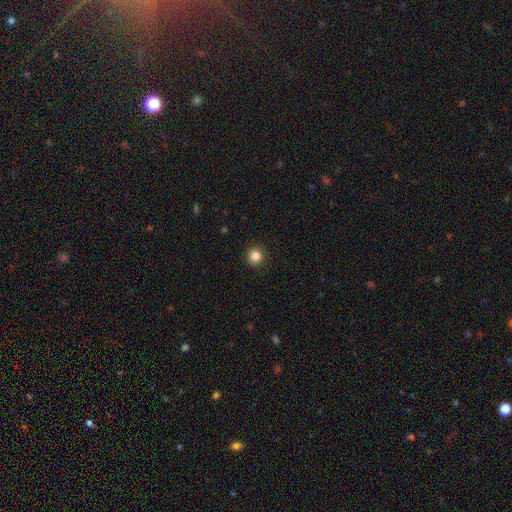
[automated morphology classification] This is clearly a smooth galaxy (85%). How rounded: clearly round (93%). Merging: clearly none (93%).